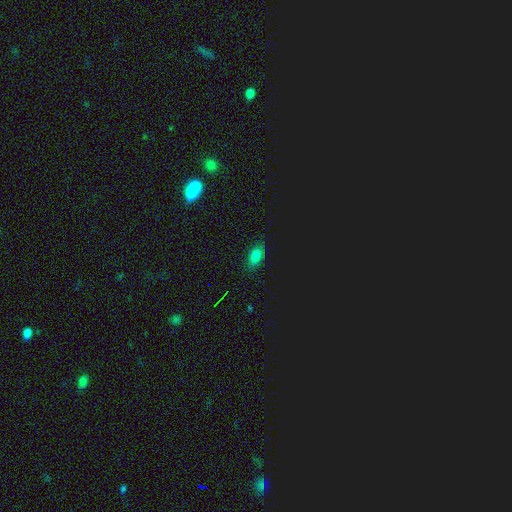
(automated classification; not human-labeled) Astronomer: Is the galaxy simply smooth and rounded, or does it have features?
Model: smooth — 70%.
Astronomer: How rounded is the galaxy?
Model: in between — 87%.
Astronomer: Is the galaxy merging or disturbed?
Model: none — 84%.